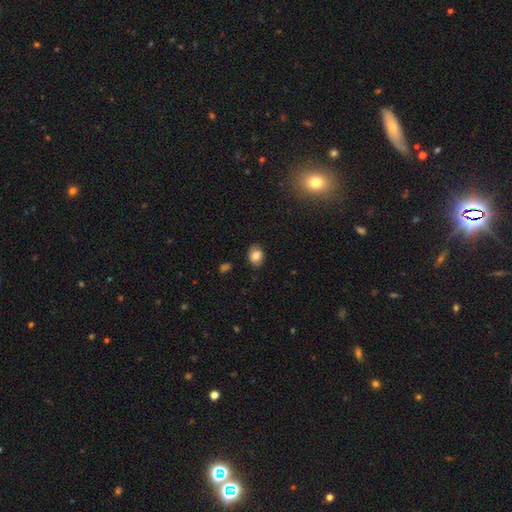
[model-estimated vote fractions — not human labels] A smooth galaxy with no disk features (80%) that is in between round and cigar-shaped (62%).

Vote fractions:
- Smooth or featured? smooth: 80% / featured or disk: 11% / star or artifact: 9%
- How rounded? in between: 62% / round: 37% / cigar-shaped: 1%
- Merging? none: 85% / minor disturbance: 11% / major disturbance: 2% / merger: 1%